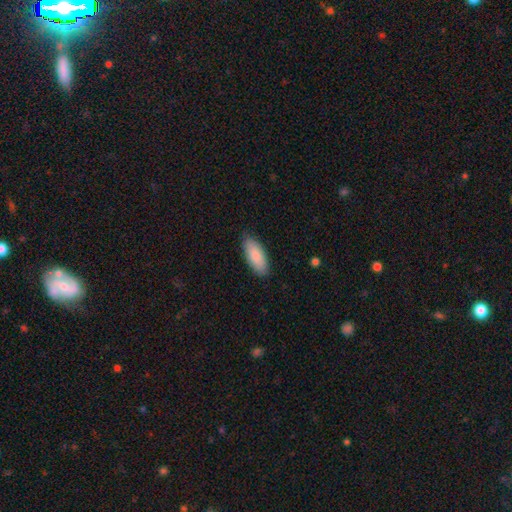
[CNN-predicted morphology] This appears to be a smooth galaxy with no disk features (86%) that is in between round and cigar-shaped (84%). Merging: none (85%).